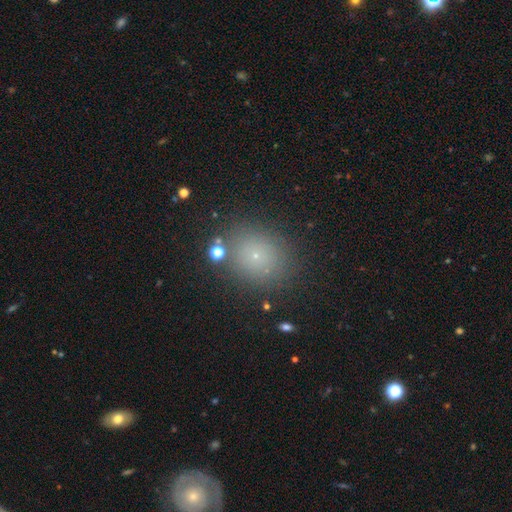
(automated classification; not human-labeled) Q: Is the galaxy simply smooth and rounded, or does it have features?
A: smooth — 66%.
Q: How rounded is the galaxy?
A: round — 76%.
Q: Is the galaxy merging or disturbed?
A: none — 85%.